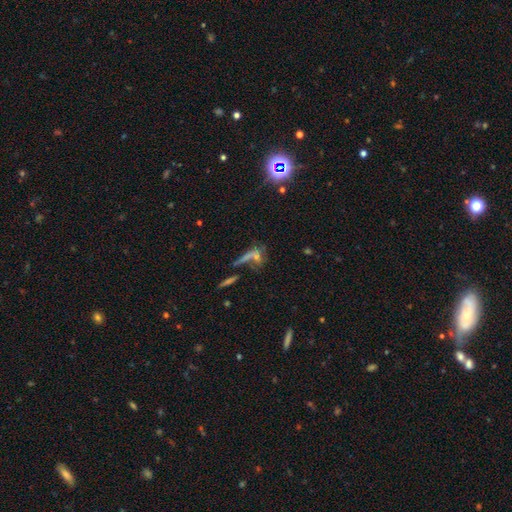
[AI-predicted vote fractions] Q: Smooth or featured?
A: smooth (38%); runner-up: featured or disk (34%)
Q: Merging?
A: none (36%); runner-up: merger (32%)